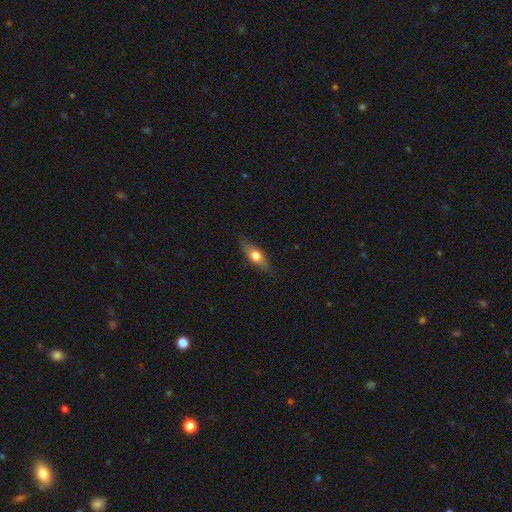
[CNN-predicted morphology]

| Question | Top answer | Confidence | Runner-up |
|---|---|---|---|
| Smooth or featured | smooth | 60% | featured or disk (33%) |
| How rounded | in between | 62% | cigar-shaped (32%) |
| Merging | none | 82% | minor disturbance (14%) |